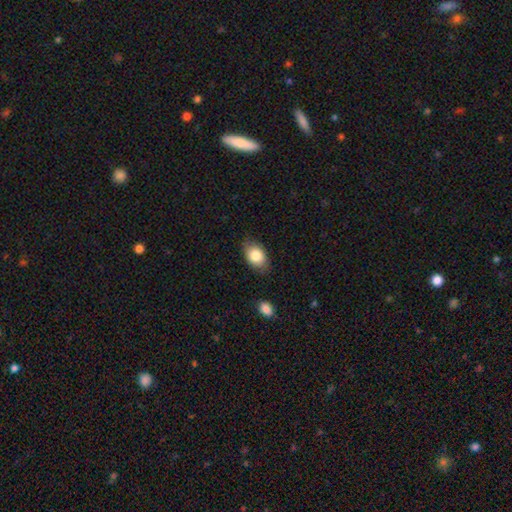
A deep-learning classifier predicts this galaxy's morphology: smooth-or-featured: smooth: 84% | featured or disk: 9% | star or artifact: 7%
  how-rounded: in between: 82% | round: 16% | cigar-shaped: 1%
  merging: none: 78% | minor disturbance: 16% | major disturbance: 3% | merger: 2%